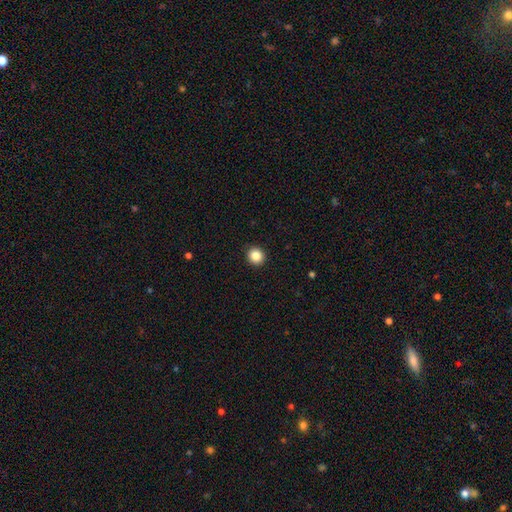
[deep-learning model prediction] Morphology: type=smooth (86%); roundness=round (92%); merging=none (93%).